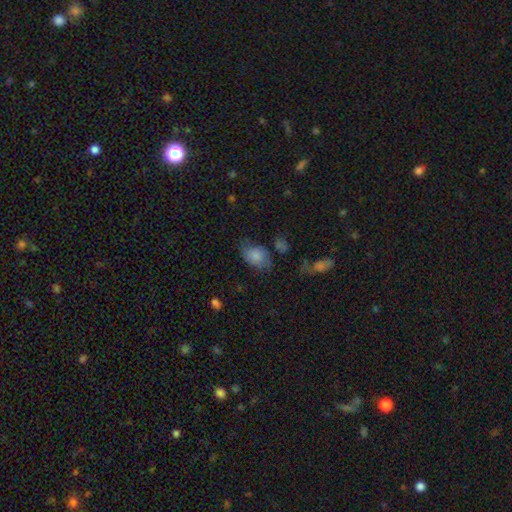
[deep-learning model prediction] Q: Smooth or featured?
A: smooth (74%); runner-up: featured or disk (17%)
Q: How rounded?
A: in between (74%); runner-up: round (24%)
Q: Merging?
A: none (51%); runner-up: minor disturbance (29%)